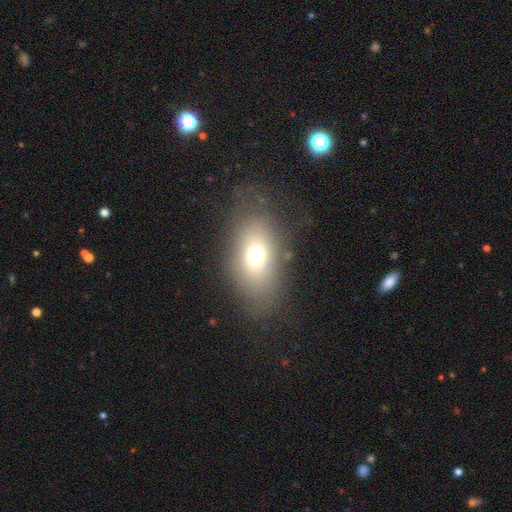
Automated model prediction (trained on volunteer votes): Smooth or featured: smooth — 66% (featured or disk — 19%)
How rounded: in between — 77% (round — 21%)
Merging: none — 68% (minor disturbance — 16%)